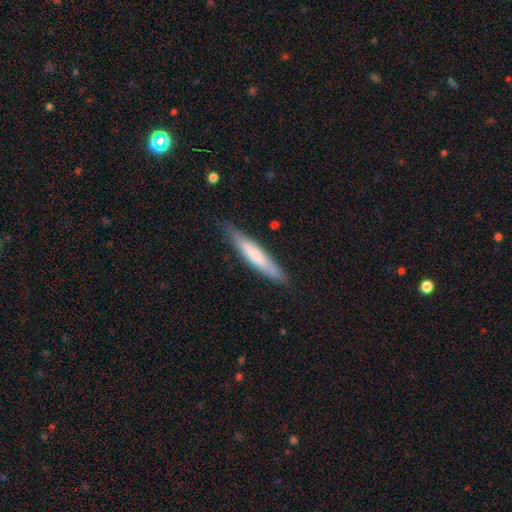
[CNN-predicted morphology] smooth_or_featured: smooth (p=0.60) [alt: featured or disk p=0.35]
how_rounded: cigar-shaped (p=0.88) [alt: in between p=0.11]
merging: none (p=0.82) [alt: minor disturbance p=0.14]